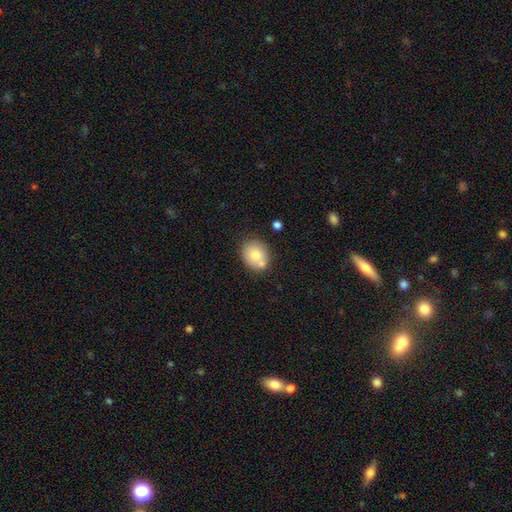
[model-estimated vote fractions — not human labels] smooth 74%, featured or disk 17%, star or artifact 8%. Down the decision tree: how rounded — round (57%); merging — none (63%).